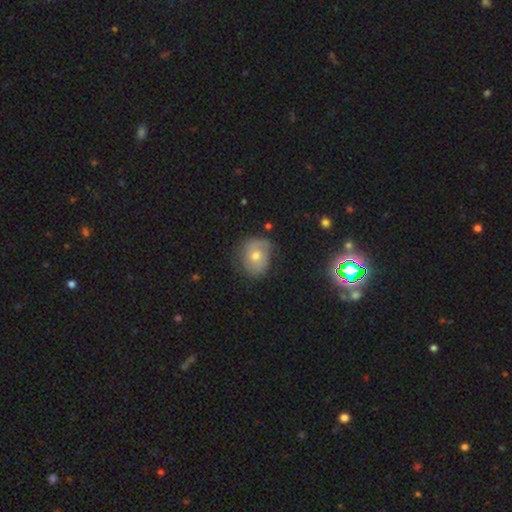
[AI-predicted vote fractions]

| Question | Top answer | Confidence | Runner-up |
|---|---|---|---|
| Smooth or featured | featured or disk | 52% | smooth (39%) |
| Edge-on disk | no | 96% | yes (4%) |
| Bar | no | 76% | weak (21%) |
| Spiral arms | yes | 78% | no (22%) |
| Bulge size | moderate | 59% | small (36%) |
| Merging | none | 64% | minor disturbance (25%) |